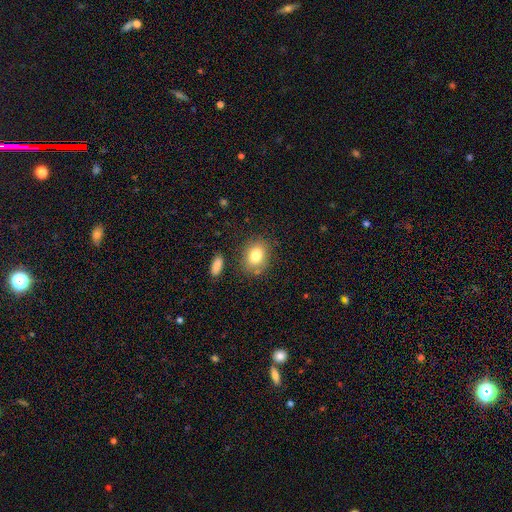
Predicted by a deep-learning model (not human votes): A smooth galaxy with no disk features (80%) that is in between round and cigar-shaped (59%). Merging: none (79%).